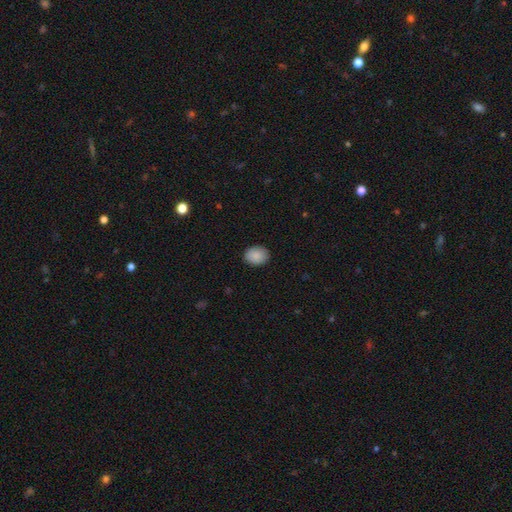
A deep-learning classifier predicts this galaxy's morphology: A smooth galaxy with no disk features (89%) that is in between round and cigar-shaped (55%).

Vote fractions:
- Smooth or featured? smooth: 89% / star or artifact: 7% / featured or disk: 4%
- How rounded? in between: 55% / round: 45% / cigar-shaped: 1%
- Merging? none: 88% / minor disturbance: 9% / major disturbance: 2% / merger: 1%